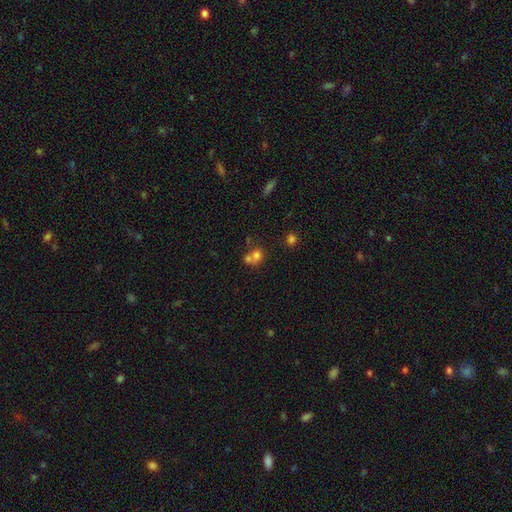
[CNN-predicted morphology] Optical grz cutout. It shows a smooth galaxy with no disk features (69%) that is round (75%). Merging: merger (57%).